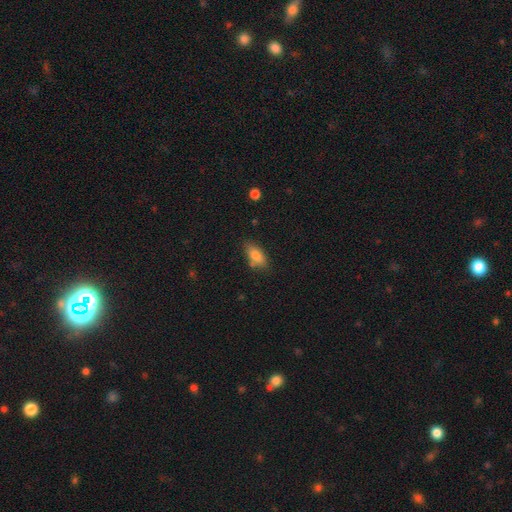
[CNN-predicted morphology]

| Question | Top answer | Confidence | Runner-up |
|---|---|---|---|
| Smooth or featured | smooth | 81% | featured or disk (12%) |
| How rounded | in between | 85% | cigar-shaped (11%) |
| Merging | none | 73% | minor disturbance (17%) |